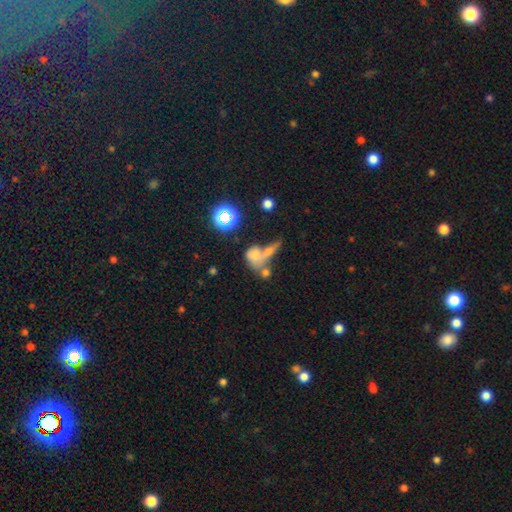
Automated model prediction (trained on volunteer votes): smooth_or_featured: smooth (p=0.60) [alt: featured or disk p=0.21]
how_rounded: in between (p=0.53) [alt: round p=0.40]
merging: merger (p=0.57) [alt: none p=0.22]